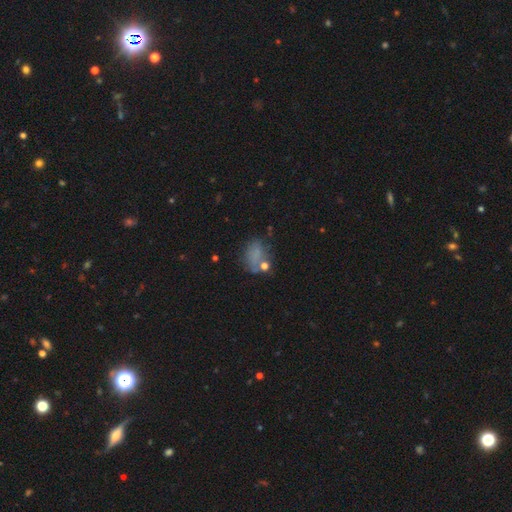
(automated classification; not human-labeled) smooth-or-featured: smooth: 61% | star or artifact: 20% | featured or disk: 19%
  how-rounded: in between: 69% | round: 29% | cigar-shaped: 2%
  merging: none: 47% | minor disturbance: 24% | major disturbance: 18% | merger: 11%